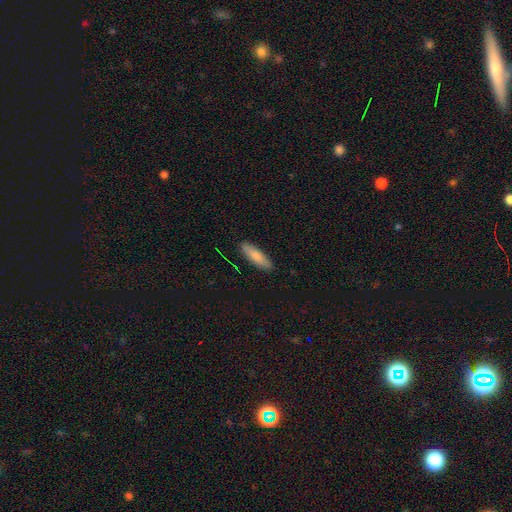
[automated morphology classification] A smooth galaxy with no disk features (83%) that is cigar-shaped (60%).

Vote fractions:
- Smooth or featured? smooth: 83% / featured or disk: 12% / star or artifact: 6%
- How rounded? cigar-shaped: 60% / in between: 39% / round: 2%
- Merging? none: 88% / minor disturbance: 9% / major disturbance: 2% / merger: 1%